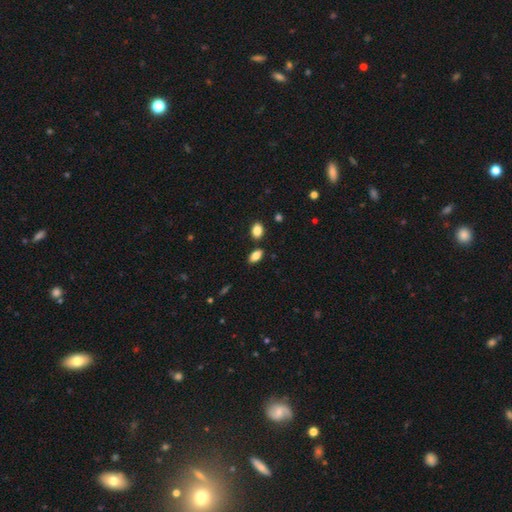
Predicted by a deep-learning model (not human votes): A smooth galaxy with no disk features (84%) that is in between round and cigar-shaped (90%). Merging: none (81%).